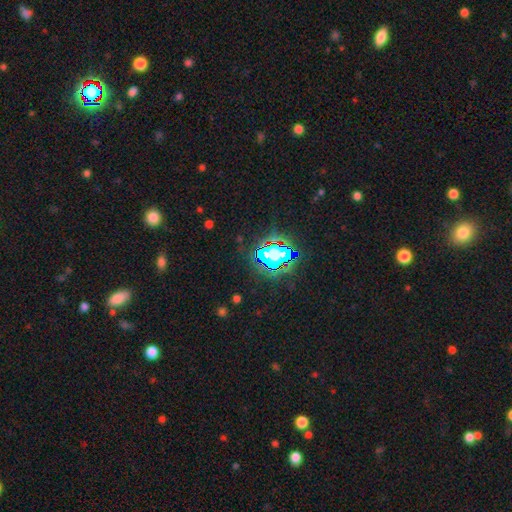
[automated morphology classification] A star or artifact, not a galaxy (75%).